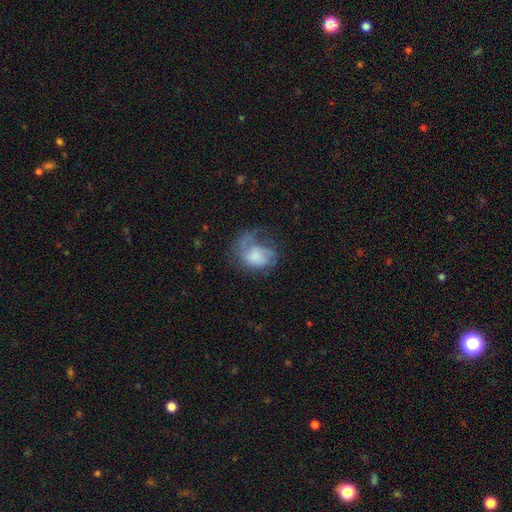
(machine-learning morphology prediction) smooth-or-featured: featured or disk: 47% | smooth: 44% | star or artifact: 9%
  merging: major disturbance: 44% | none: 30% | minor disturbance: 23% | merger: 3%